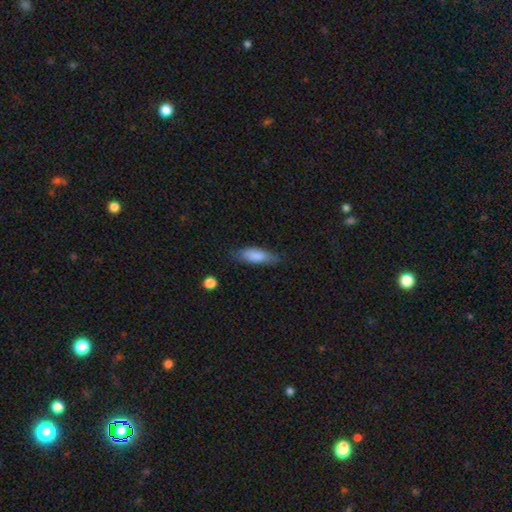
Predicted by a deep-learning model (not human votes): The model was most divided on "how rounded": in between: 56%, cigar-shaped: 42%, round: 2%. More confident: smooth or featured — smooth (83%); merging — none (76%).